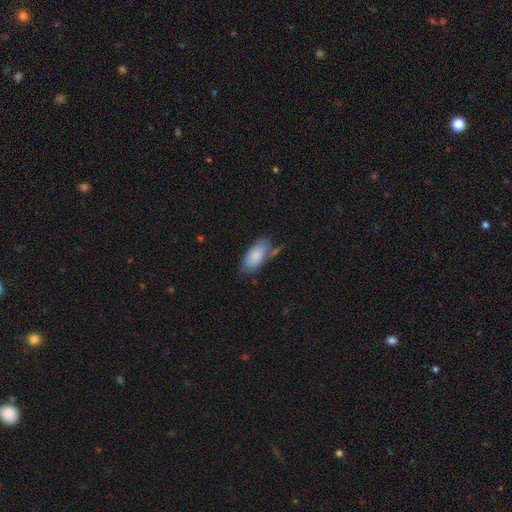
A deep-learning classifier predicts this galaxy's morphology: smooth-or-featured: smooth: 82% | featured or disk: 12% | star or artifact: 6%
  how-rounded: in between: 92% | cigar-shaped: 6% | round: 2%
  merging: none: 59% | minor disturbance: 24% | merger: 9% | major disturbance: 8%